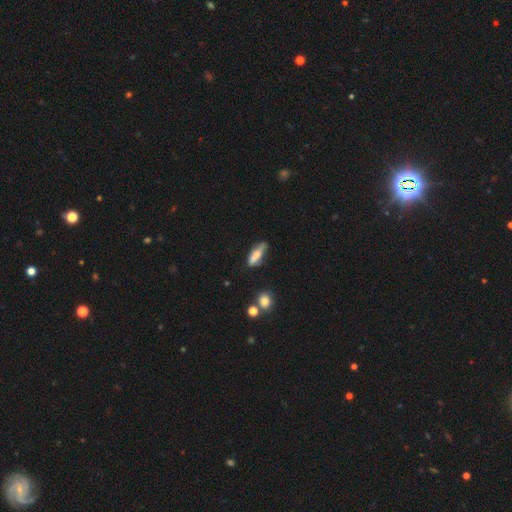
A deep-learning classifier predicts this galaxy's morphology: The model was most divided on "how rounded": cigar-shaped: 51%, in between: 47%, round: 3%. More confident: smooth or featured — smooth (61%); merging — none (58%).